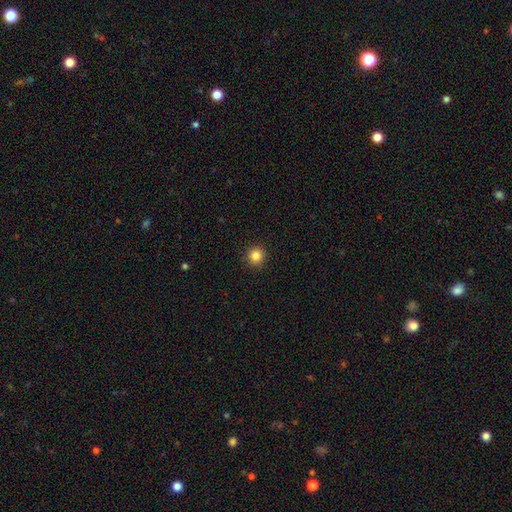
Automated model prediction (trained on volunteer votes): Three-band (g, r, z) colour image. It shows a smooth galaxy with no disk features (84%) that is round (95%). Merging: none (92%).